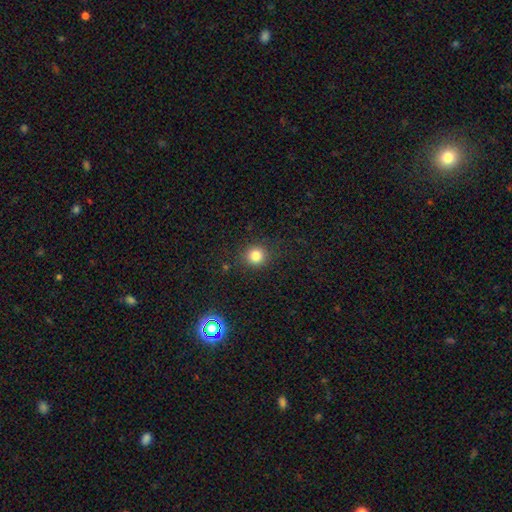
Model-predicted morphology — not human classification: Smooth or featured? smooth (82%)
How rounded? round (90%)
Merging? none (87%)